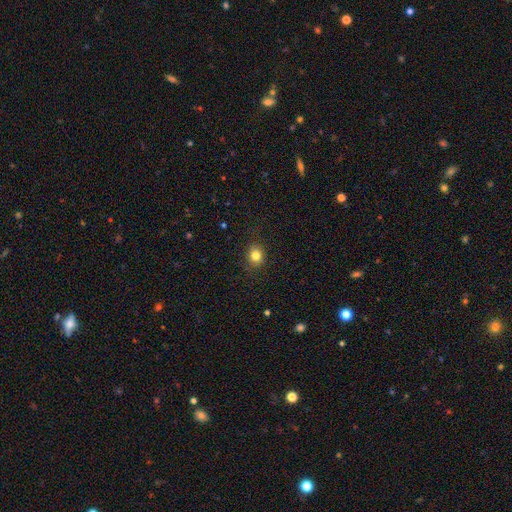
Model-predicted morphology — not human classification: type=smooth (82%); roundness=round (62%); merging=none (87%).